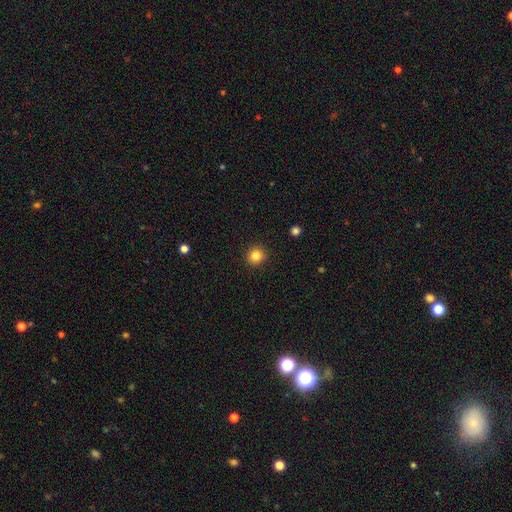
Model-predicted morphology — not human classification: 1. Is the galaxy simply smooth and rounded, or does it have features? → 84% smooth, 11% star or artifact, 5% featured or disk.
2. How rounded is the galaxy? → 92% round, 7% in between, 1% cigar-shaped.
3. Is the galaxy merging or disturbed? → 92% none, 5% minor disturbance, 2% major disturbance, 1% merger.